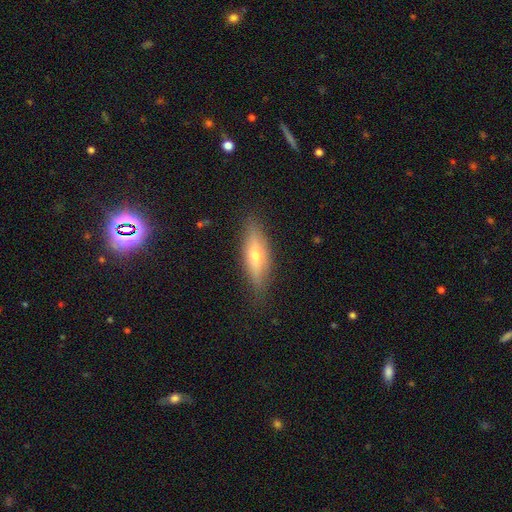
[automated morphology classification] smooth-or-featured: featured or disk: 52% | smooth: 40% | star or artifact: 8%
  disk-edge-on: yes: 85% | no: 15%
  merging: none: 85% | minor disturbance: 11% | major disturbance: 3% | merger: 1%